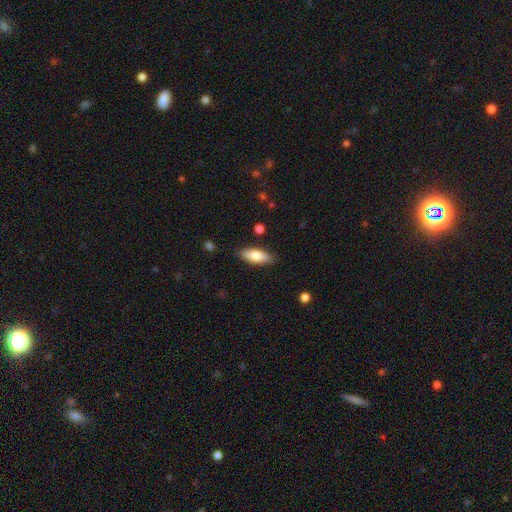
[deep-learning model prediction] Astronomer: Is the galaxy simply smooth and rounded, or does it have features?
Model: smooth — 78%.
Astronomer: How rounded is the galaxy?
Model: in between — 71%.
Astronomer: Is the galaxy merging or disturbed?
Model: none — 86%.